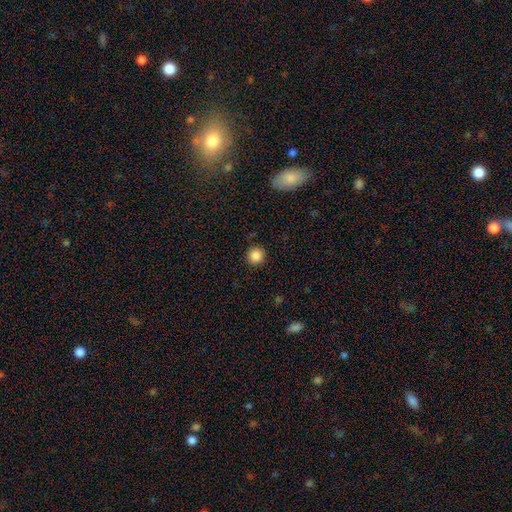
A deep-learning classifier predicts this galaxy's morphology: smooth-or-featured: smooth: 86% | star or artifact: 10% | featured or disk: 4%
  how-rounded: round: 94% | in between: 5% | cigar-shaped: 1%
  merging: none: 90% | minor disturbance: 7% | major disturbance: 2% | merger: 1%